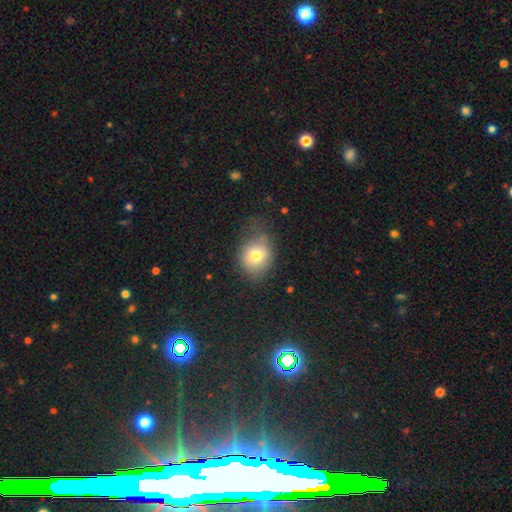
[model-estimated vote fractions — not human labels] Overall: smooth (74%). How rounded: round (66%; in between 33%). Merging: none (59%; minor disturbance 26%).